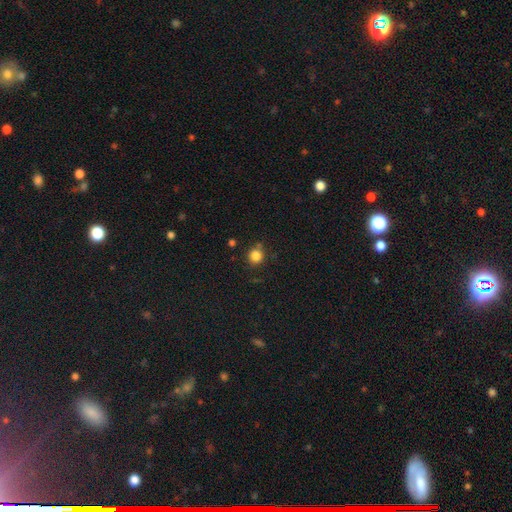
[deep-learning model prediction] smooth_or_featured: smooth (p=0.84) [alt: star or artifact p=0.12]
how_rounded: round (p=0.90) [alt: in between p=0.09]
merging: none (p=0.79) [alt: minor disturbance p=0.12]